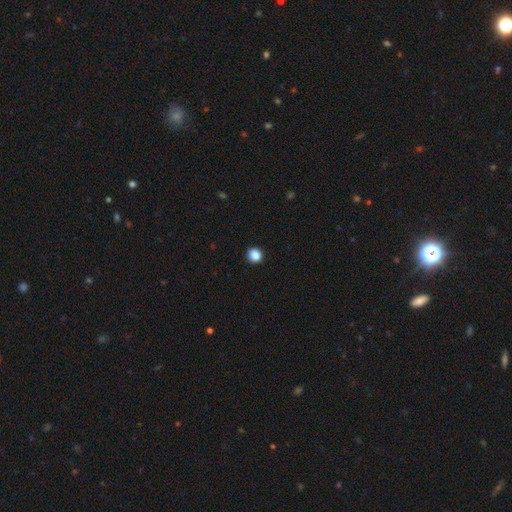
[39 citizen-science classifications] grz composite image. It shows a smooth galaxy with no disk features (87%) that is round (100%). Merging: none (92%).